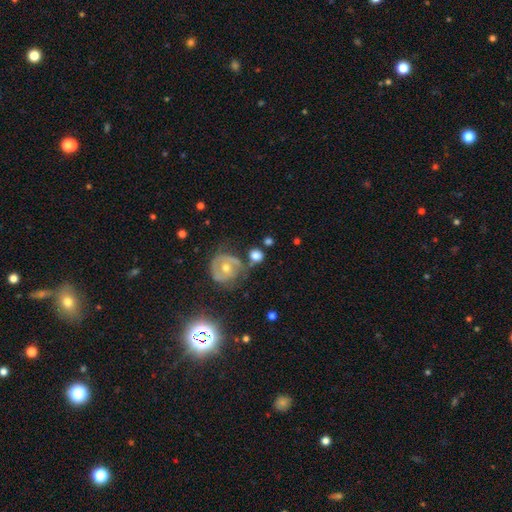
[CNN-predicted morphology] Smooth or featured?
  - smooth: 69% *
  - featured or disk: 22%
  - star or artifact: 10%
How rounded?
  - round: 80% *
  - in between: 18%
  - cigar-shaped: 2%
Merging?
  - none: 59% *
  - minor disturbance: 17%
  - merger: 16%
  - major disturbance: 8%